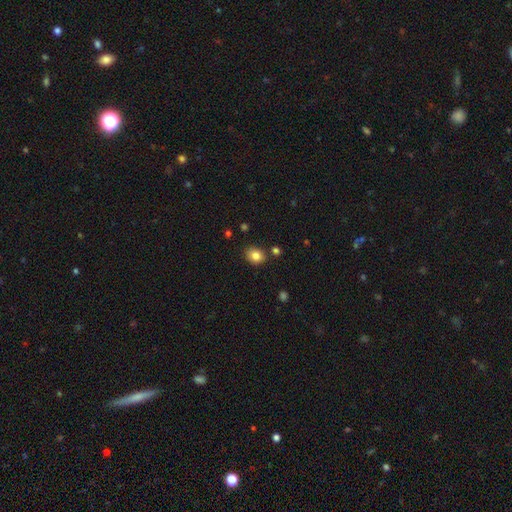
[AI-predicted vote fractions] This is clearly a smooth galaxy (83%). How rounded: possibly round (53%). Merging: clearly none (81%).